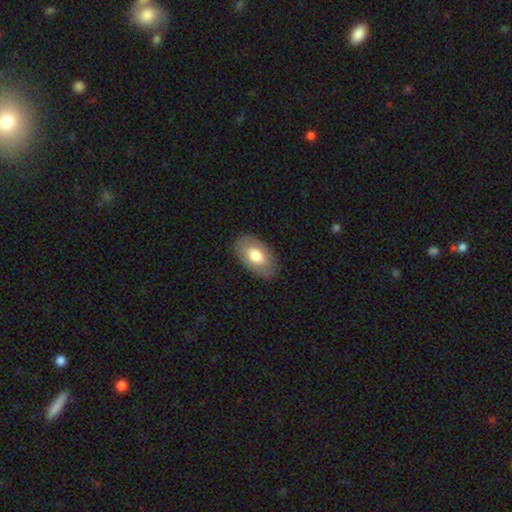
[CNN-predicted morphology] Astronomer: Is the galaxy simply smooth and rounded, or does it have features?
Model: smooth — 70%.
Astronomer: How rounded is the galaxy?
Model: in between — 93%.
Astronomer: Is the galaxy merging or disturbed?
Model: none — 85%.